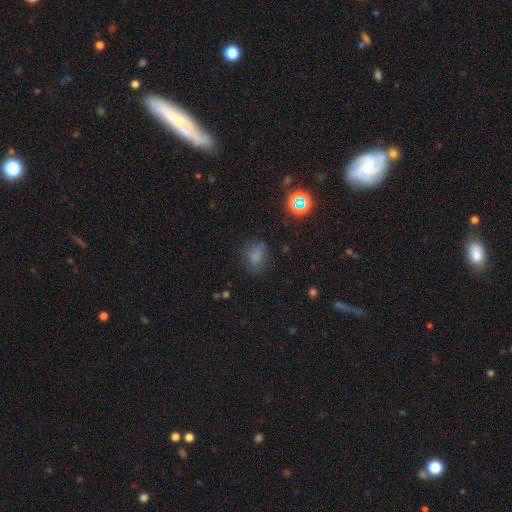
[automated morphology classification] The model was most divided on "how rounded": in between: 63%, round: 35%, cigar-shaped: 2%. More confident: smooth or featured — smooth (70%); merging — none (66%).